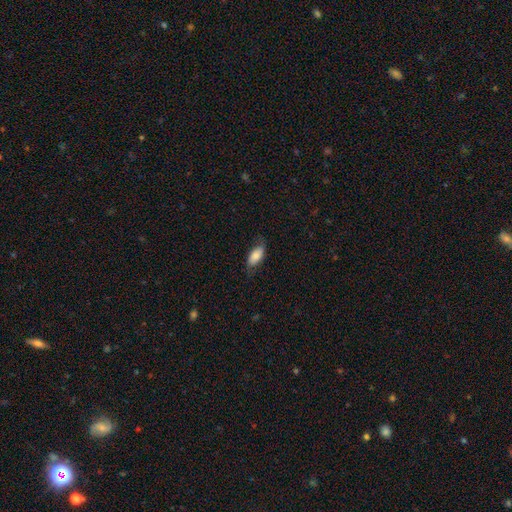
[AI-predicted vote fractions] Smooth or featured?
  - smooth: 78% *
  - featured or disk: 15%
  - star or artifact: 7%
How rounded?
  - in between: 89% *
  - cigar-shaped: 8%
  - round: 3%
Merging?
  - none: 70% *
  - minor disturbance: 22%
  - major disturbance: 7%
  - merger: 1%